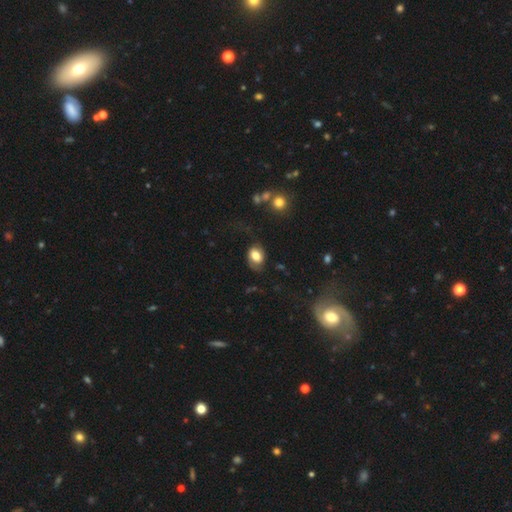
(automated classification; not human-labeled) Smooth or featured?
  - smooth: 68% *
  - featured or disk: 24%
  - star or artifact: 8%
How rounded?
  - in between: 74% *
  - round: 25%
  - cigar-shaped: 1%
Merging?
  - none: 59% *
  - minor disturbance: 25%
  - major disturbance: 14%
  - merger: 3%